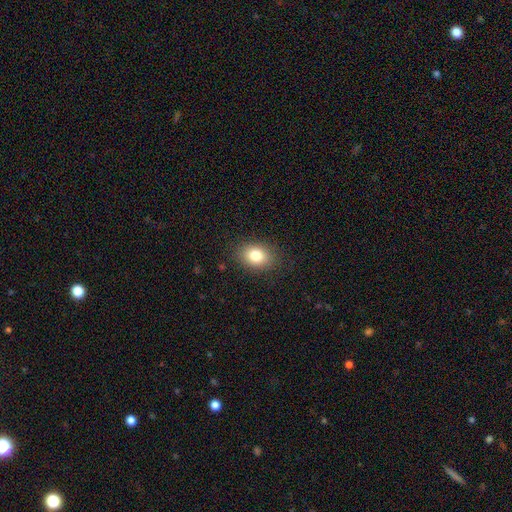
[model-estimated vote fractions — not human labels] smooth_or_featured: smooth (p=0.81) [alt: star or artifact p=0.10]
how_rounded: in between (p=0.70) [alt: round p=0.29]
merging: none (p=0.87) [alt: minor disturbance p=0.09]